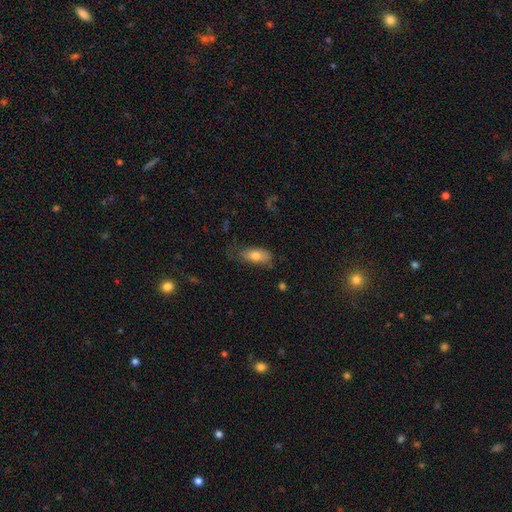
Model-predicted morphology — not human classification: Smooth or featured?
  - smooth: 73% *
  - featured or disk: 20%
  - star or artifact: 7%
How rounded?
  - in between: 83% *
  - cigar-shaped: 13%
  - round: 3%
Merging?
  - none: 57% *
  - minor disturbance: 29%
  - major disturbance: 12%
  - merger: 2%